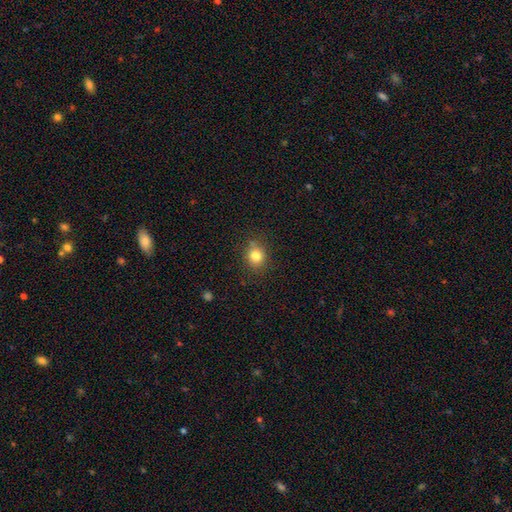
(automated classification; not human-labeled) Smooth or featured?
  - smooth: 81% *
  - star or artifact: 12%
  - featured or disk: 7%
How rounded?
  - round: 75% *
  - in between: 24%
  - cigar-shaped: 1%
Merging?
  - none: 80% *
  - minor disturbance: 13%
  - merger: 4%
  - major disturbance: 3%